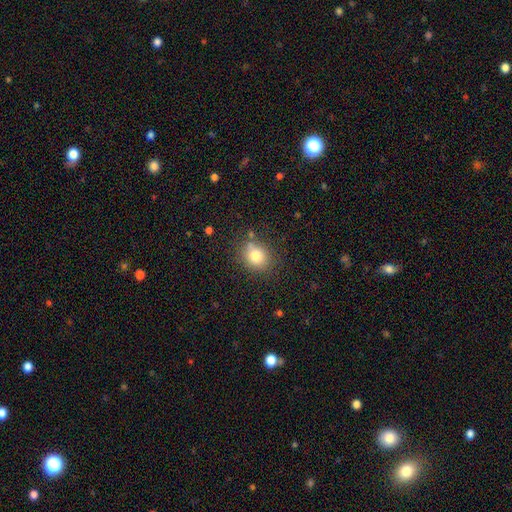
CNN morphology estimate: smooth-or-featured: smooth: 81% | star or artifact: 11% | featured or disk: 8%
  how-rounded: round: 68% | in between: 31% | cigar-shaped: 1%
  merging: none: 74% | minor disturbance: 16% | merger: 6% | major disturbance: 5%